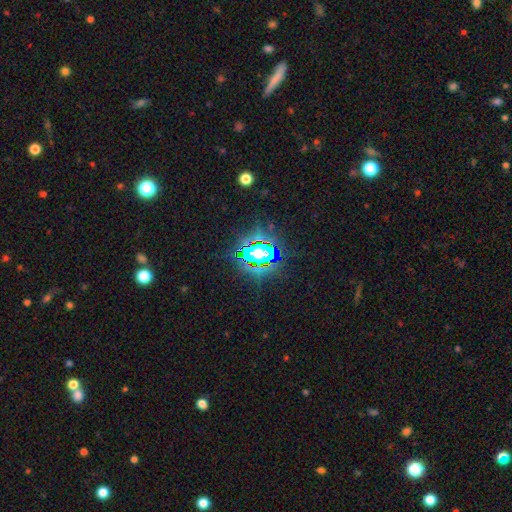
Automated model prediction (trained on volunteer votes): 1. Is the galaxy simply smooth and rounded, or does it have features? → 74% star or artifact, 15% smooth, 11% featured or disk.